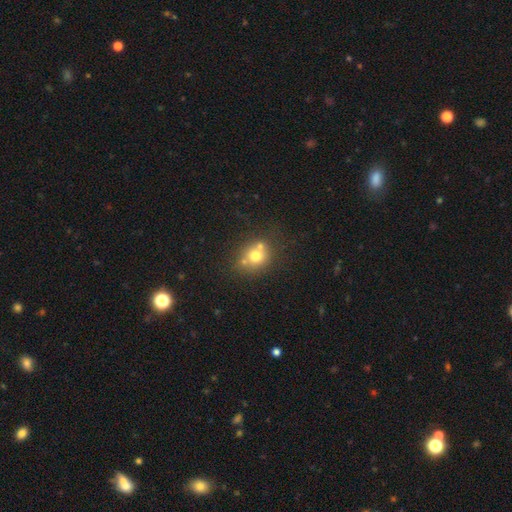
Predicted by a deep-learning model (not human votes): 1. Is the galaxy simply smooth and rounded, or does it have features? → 68% smooth, 18% featured or disk, 14% star or artifact.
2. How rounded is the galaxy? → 76% round, 23% in between, 1% cigar-shaped.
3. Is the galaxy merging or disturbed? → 57% none, 28% merger, 11% minor disturbance, 4% major disturbance.